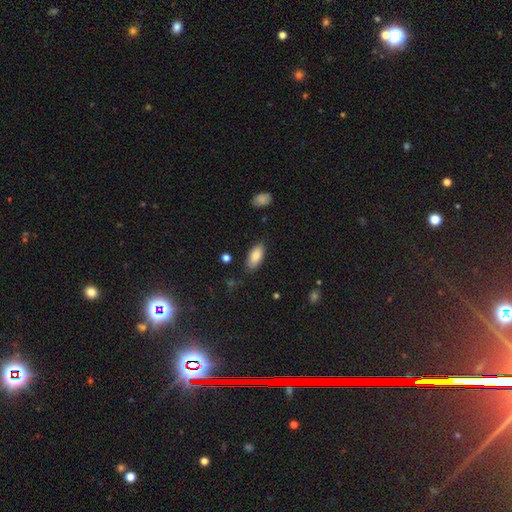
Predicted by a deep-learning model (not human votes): smooth-or-featured: smooth: 85% | featured or disk: 8% | star or artifact: 7%
  how-rounded: in between: 88% | cigar-shaped: 10% | round: 2%
  merging: none: 82% | minor disturbance: 13% | major disturbance: 3% | merger: 2%